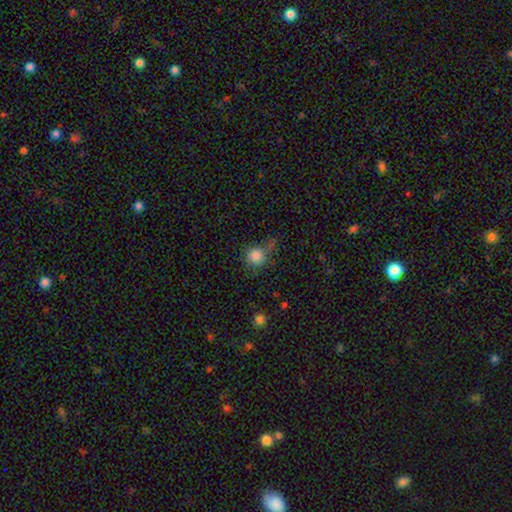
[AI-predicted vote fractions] smooth-or-featured: smooth: 83% | star or artifact: 11% | featured or disk: 6%
  how-rounded: round: 92% | in between: 7% | cigar-shaped: 1%
  merging: none: 62% | minor disturbance: 21% | major disturbance: 9% | merger: 7%